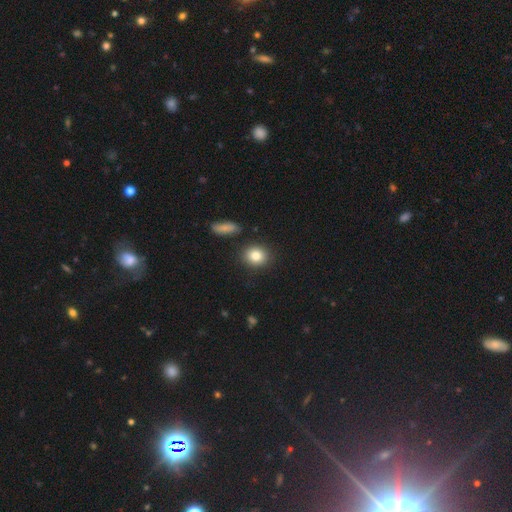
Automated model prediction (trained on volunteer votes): Q: Smooth or featured?
A: smooth (83%); runner-up: star or artifact (9%)
Q: How rounded?
A: round (69%); runner-up: in between (29%)
Q: Merging?
A: none (86%); runner-up: minor disturbance (8%)